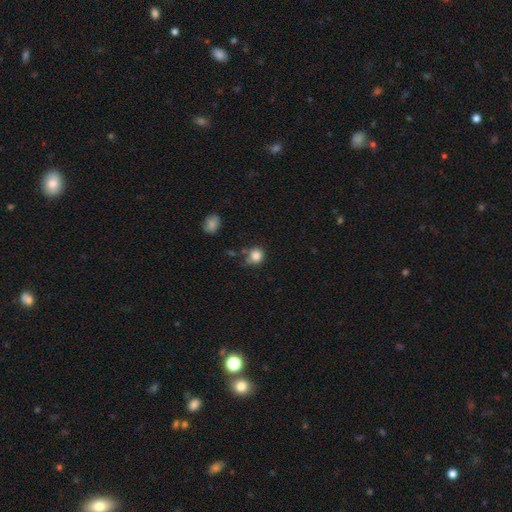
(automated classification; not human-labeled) Smooth or featured? smooth (84%)
How rounded? round (80%)
Merging? none (62%)